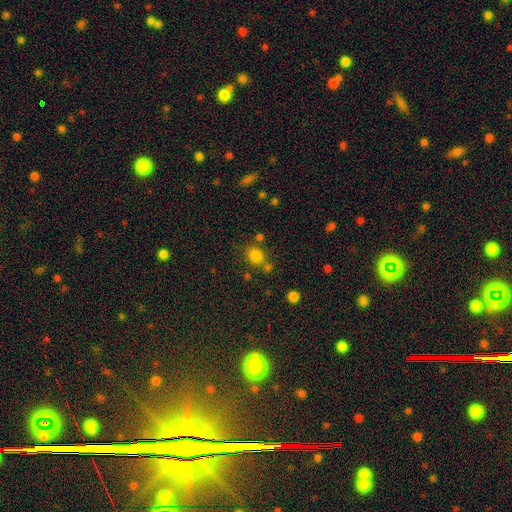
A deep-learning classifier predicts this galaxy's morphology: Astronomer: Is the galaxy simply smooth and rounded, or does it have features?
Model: smooth — 79%.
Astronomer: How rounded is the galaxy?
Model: round — 76%.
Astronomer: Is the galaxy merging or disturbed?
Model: none — 71%.